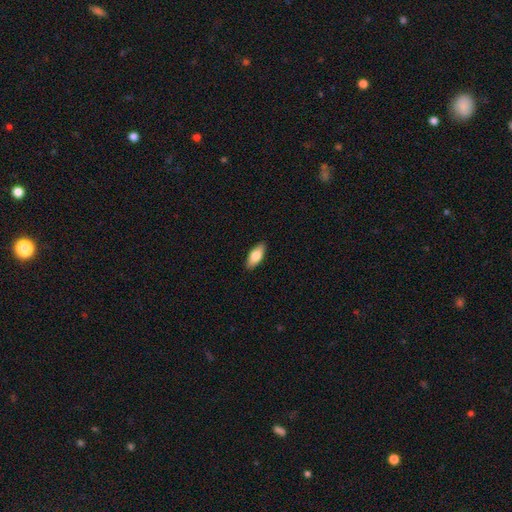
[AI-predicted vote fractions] Smooth or featured?
  - smooth: 78% *
  - featured or disk: 16%
  - star or artifact: 6%
How rounded?
  - in between: 83% *
  - cigar-shaped: 14%
  - round: 2%
Merging?
  - none: 89% *
  - minor disturbance: 9%
  - major disturbance: 2%
  - merger: 1%